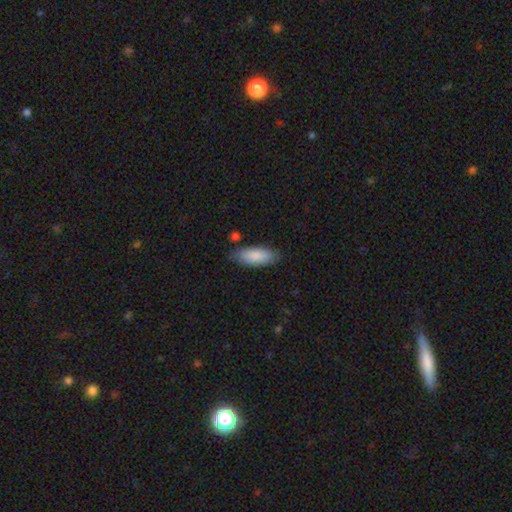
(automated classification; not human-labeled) smooth 87%, featured or disk 8%, star or artifact 5%. Down the decision tree: how rounded — in between (77%); merging — none (78%).